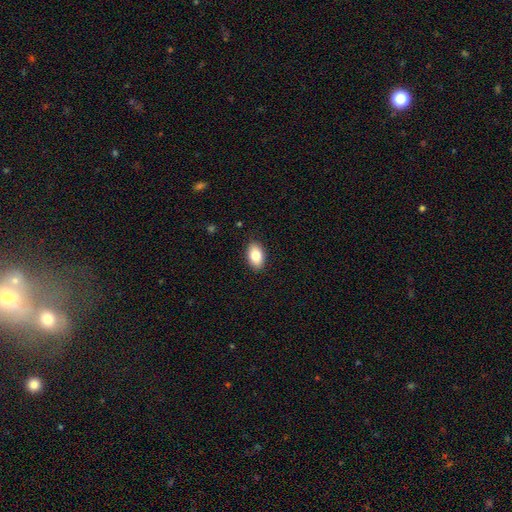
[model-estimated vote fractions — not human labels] Morphology: type=smooth (83%); roundness=in between (91%); merging=none (88%).